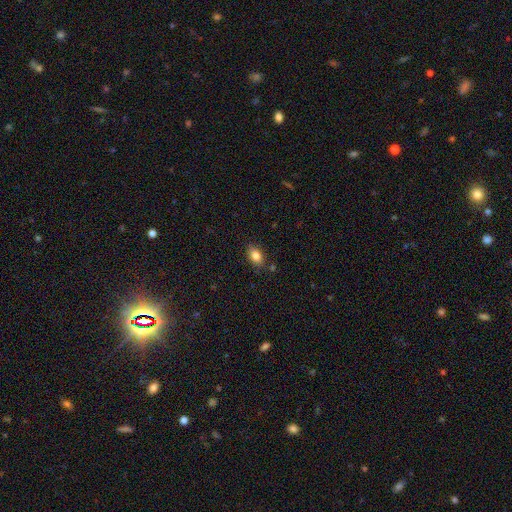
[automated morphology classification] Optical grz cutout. It shows a smooth galaxy with no disk features (84%) that is in between round and cigar-shaped (87%). Merging: none (83%).